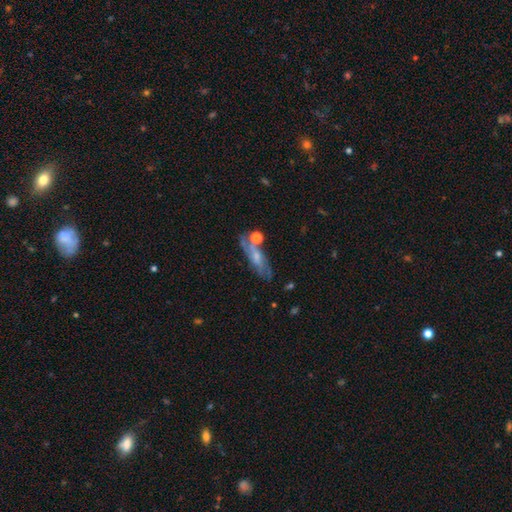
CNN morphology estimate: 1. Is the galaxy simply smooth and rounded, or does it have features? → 52% featured or disk, 38% smooth, 10% star or artifact.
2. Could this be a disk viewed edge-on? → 67% no, 33% yes.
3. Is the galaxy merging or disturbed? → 57% none, 20% minor disturbance, 13% merger, 10% major disturbance.